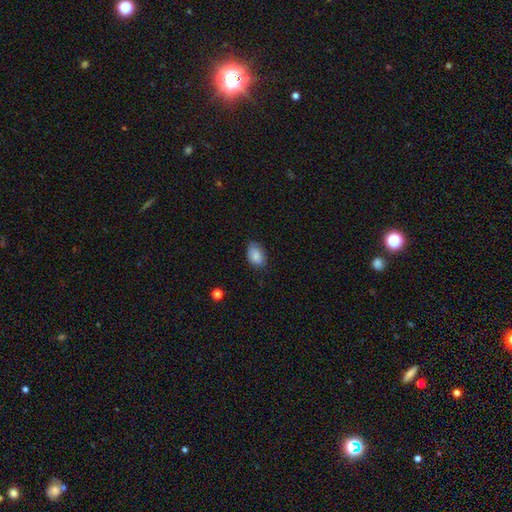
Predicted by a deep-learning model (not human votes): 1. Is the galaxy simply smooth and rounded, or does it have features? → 86% smooth, 7% star or artifact, 7% featured or disk.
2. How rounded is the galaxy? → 85% in between, 13% round, 1% cigar-shaped.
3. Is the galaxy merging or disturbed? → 74% none, 21% minor disturbance, 3% major disturbance, 1% merger.